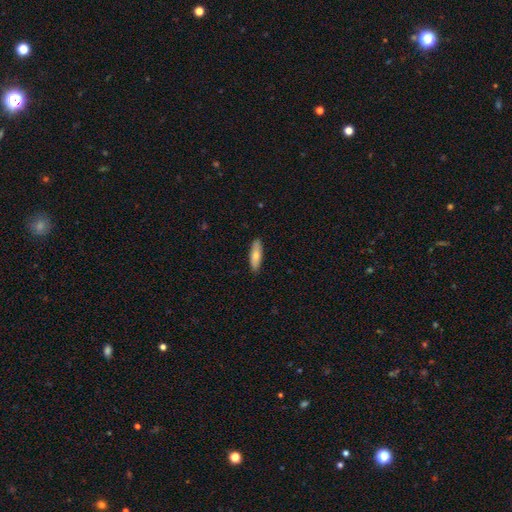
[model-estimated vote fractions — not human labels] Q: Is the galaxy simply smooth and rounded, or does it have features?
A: smooth — 75%.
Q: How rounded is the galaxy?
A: cigar-shaped — 50%.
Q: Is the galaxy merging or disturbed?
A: none — 88%.